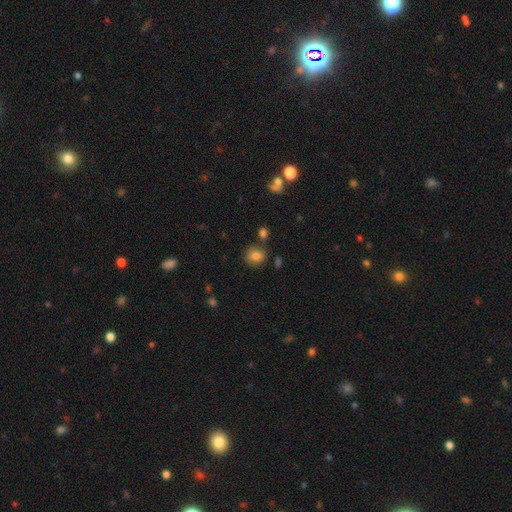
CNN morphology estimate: A smooth galaxy with no disk features (81%) that is round (72%). Merging: none (73%).